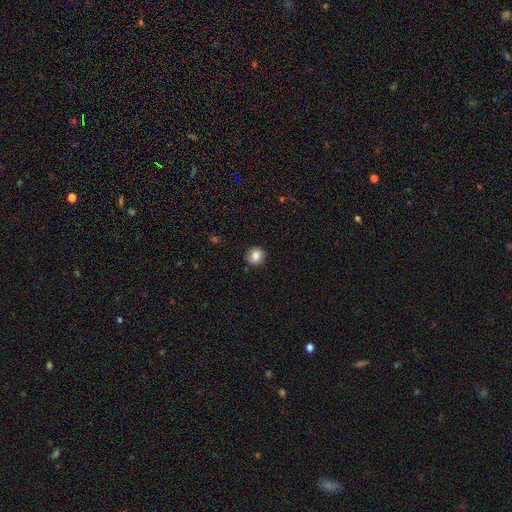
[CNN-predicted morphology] smooth-or-featured: smooth: 84% | star or artifact: 9% | featured or disk: 7%
  how-rounded: round: 85% | in between: 14% | cigar-shaped: 1%
  merging: none: 87% | minor disturbance: 9% | major disturbance: 2% | merger: 1%